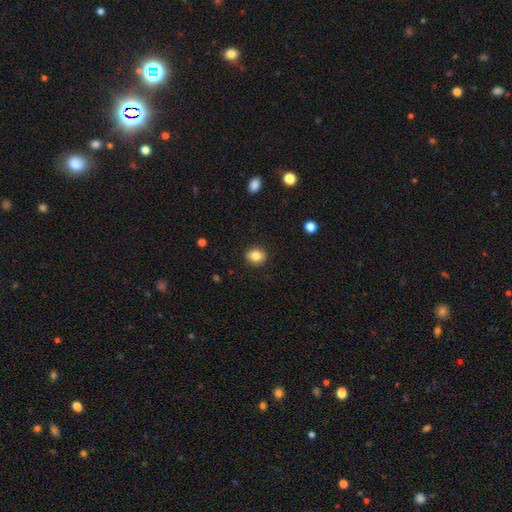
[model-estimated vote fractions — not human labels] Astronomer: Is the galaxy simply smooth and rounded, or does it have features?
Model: smooth — 84%.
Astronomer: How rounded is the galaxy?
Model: round — 62% (runner-up: in between, 37%).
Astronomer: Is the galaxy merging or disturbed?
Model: none — 90%.